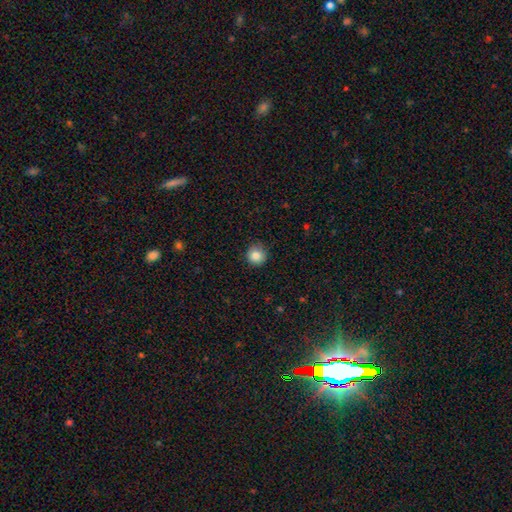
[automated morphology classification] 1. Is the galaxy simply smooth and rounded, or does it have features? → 85% smooth, 10% star or artifact, 5% featured or disk.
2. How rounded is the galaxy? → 94% round, 5% in between, 1% cigar-shaped.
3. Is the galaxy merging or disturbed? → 86% none, 11% minor disturbance, 2% major disturbance, 1% merger.